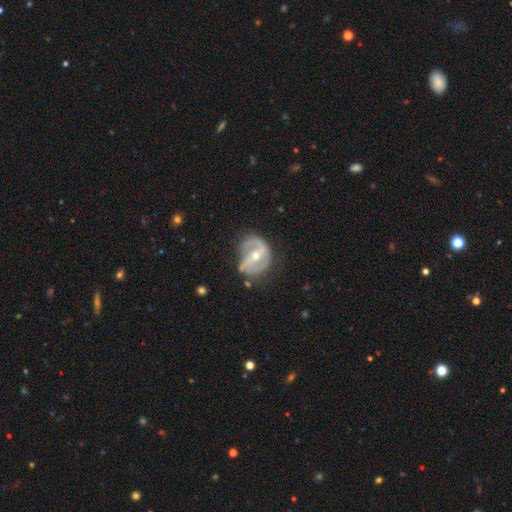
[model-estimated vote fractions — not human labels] smooth_or_featured: featured or disk (p=0.79) [alt: smooth p=0.15]
disk_edge_on: no (p=0.96) [alt: yes p=0.04]
bar: strong (p=0.41) [alt: weak p=0.37]
has_spiral_arms: yes (p=0.78) [alt: no p=0.22]
spiral_winding: medium (p=0.41) [alt: tight p=0.33]
spiral_arm_count: 2 (p=0.68) [alt: can't tell p=0.15]
bulge_size: moderate (p=0.58) [alt: small p=0.38]
merging: none (p=0.56) [alt: minor disturbance p=0.27]